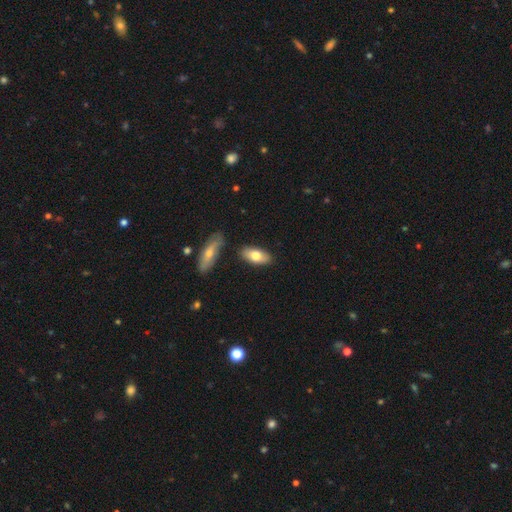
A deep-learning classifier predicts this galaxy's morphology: Smooth or featured?
  - smooth: 73% *
  - featured or disk: 21%
  - star or artifact: 6%
How rounded?
  - in between: 86% *
  - cigar-shaped: 11%
  - round: 3%
Merging?
  - none: 82% *
  - minor disturbance: 11%
  - merger: 5%
  - major disturbance: 2%